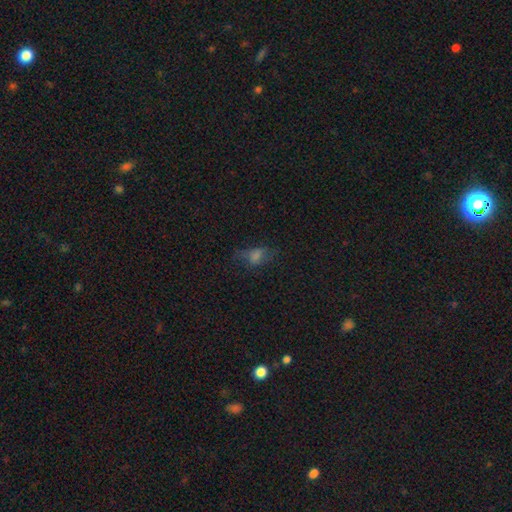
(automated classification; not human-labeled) smooth-or-featured: smooth: 56% | star or artifact: 24% | featured or disk: 20%
  how-rounded: in between: 74% | round: 18% | cigar-shaped: 9%
  merging: none: 57% | minor disturbance: 24% | major disturbance: 17% | merger: 2%